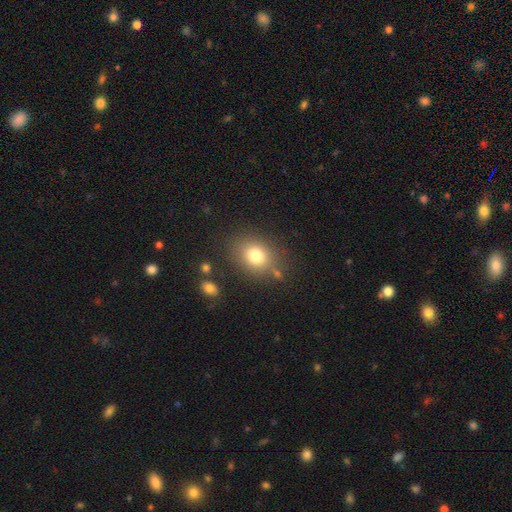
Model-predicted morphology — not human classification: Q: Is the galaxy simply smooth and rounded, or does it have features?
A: smooth — 78%.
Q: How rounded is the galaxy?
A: round — 50%.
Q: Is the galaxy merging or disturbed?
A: none — 77%.